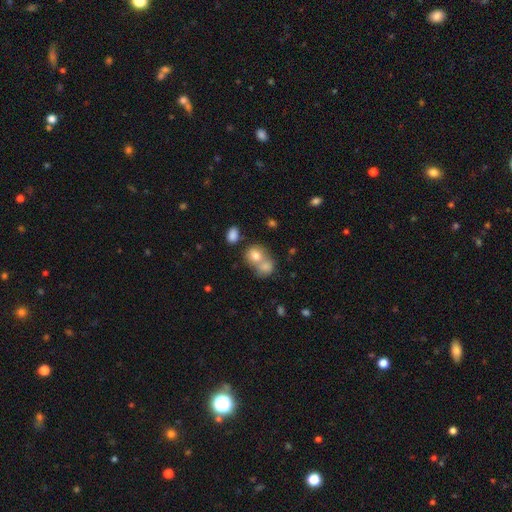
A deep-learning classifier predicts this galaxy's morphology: Smooth or featured: smooth — 77% (featured or disk — 13%)
How rounded: round — 63% (in between — 36%)
Merging: merger — 59% (none — 30%)